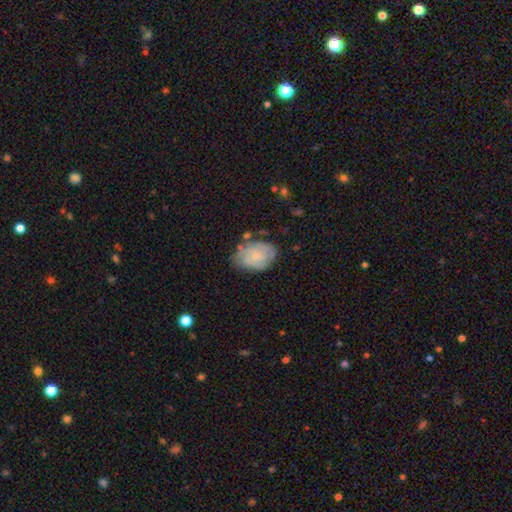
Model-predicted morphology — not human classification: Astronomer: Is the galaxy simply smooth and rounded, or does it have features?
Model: featured or disk — 49% (runner-up: smooth, 44%).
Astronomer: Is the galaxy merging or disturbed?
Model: none — 58%.